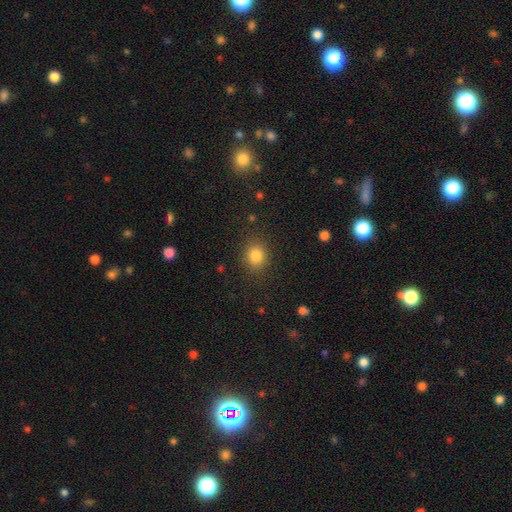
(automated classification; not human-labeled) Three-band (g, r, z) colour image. It shows a smooth galaxy with no disk features (84%) that is round (71%). Merging: none (86%).